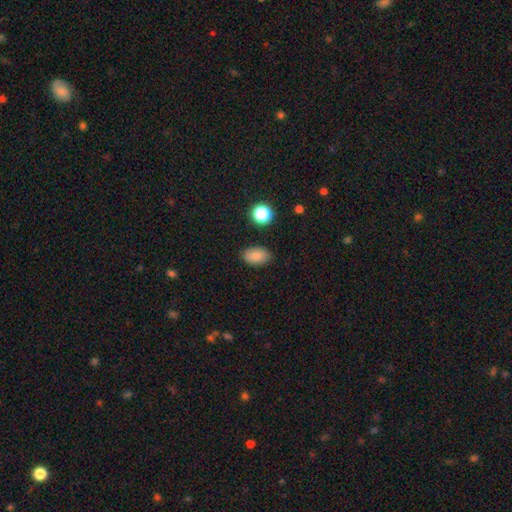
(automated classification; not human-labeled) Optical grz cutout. It shows a smooth galaxy with no disk features (84%) that is in between round and cigar-shaped (89%). Merging: none (85%).